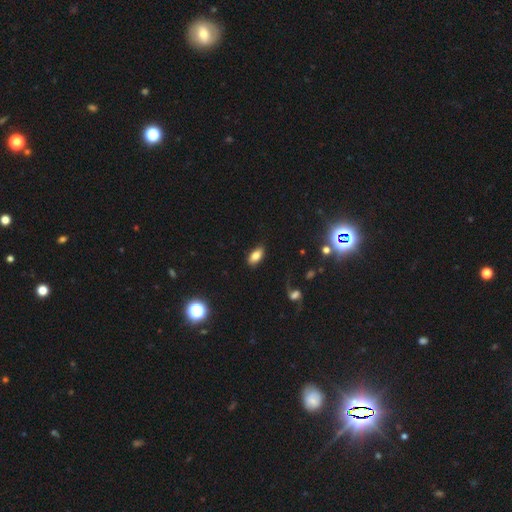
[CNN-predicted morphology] Smooth or featured?
  - smooth: 79% *
  - featured or disk: 12%
  - star or artifact: 10%
How rounded?
  - in between: 90% *
  - cigar-shaped: 6%
  - round: 5%
Merging?
  - none: 83% *
  - minor disturbance: 12%
  - major disturbance: 3%
  - merger: 2%